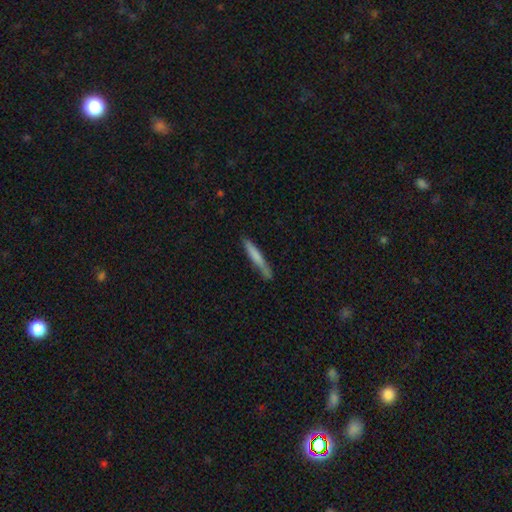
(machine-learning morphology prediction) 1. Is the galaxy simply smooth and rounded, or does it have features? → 70% smooth, 25% featured or disk, 6% star or artifact.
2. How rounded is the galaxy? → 95% cigar-shaped, 4% in between, 1% round.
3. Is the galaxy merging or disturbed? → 75% none, 18% minor disturbance, 4% major disturbance, 3% merger.